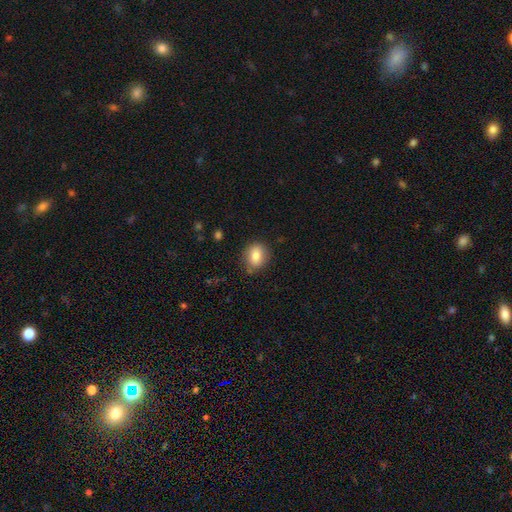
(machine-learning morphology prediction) Overall: smooth (82%). How rounded: round (50%; in between 49%). Merging: none (81%).